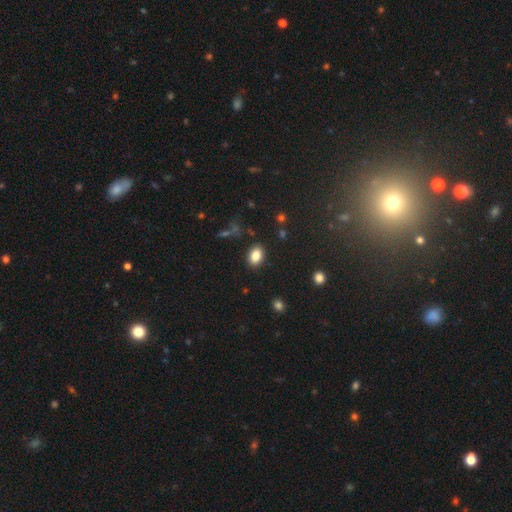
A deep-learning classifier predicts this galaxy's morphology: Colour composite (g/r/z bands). It shows a smooth galaxy with no disk features (84%) that is in between round and cigar-shaped (82%). Merging: none (86%).